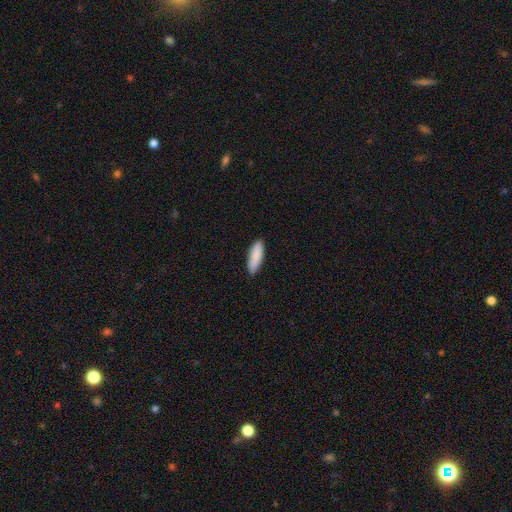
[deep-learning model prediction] Smooth or featured? smooth (87%)
How rounded? in between (54%)
Merging? none (84%)